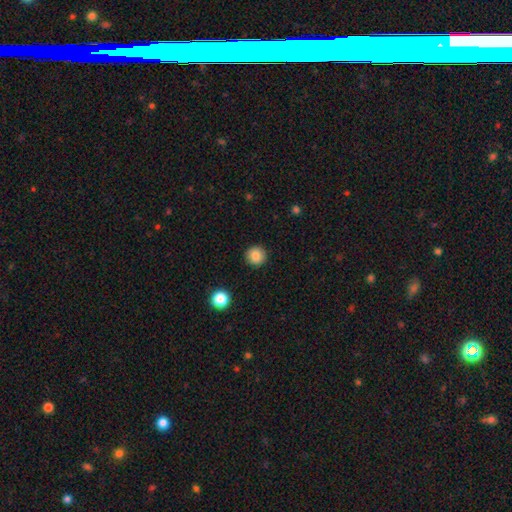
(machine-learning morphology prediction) type=smooth (86%); roundness=round (95%); merging=none (92%).